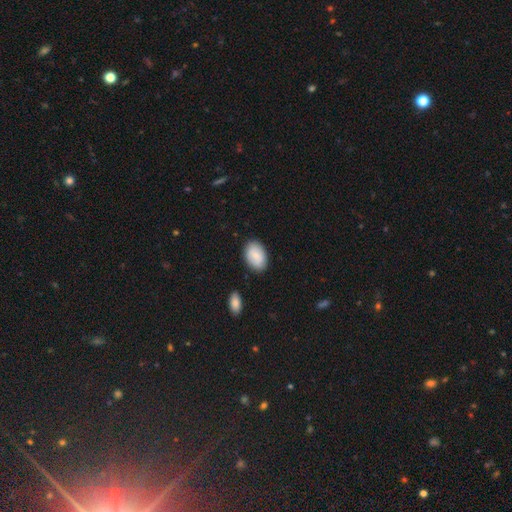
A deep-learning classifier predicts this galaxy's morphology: smooth-or-featured: smooth: 81% | featured or disk: 12% | star or artifact: 6%
  how-rounded: in between: 88% | round: 11% | cigar-shaped: 1%
  merging: none: 83% | minor disturbance: 12% | major disturbance: 3% | merger: 2%